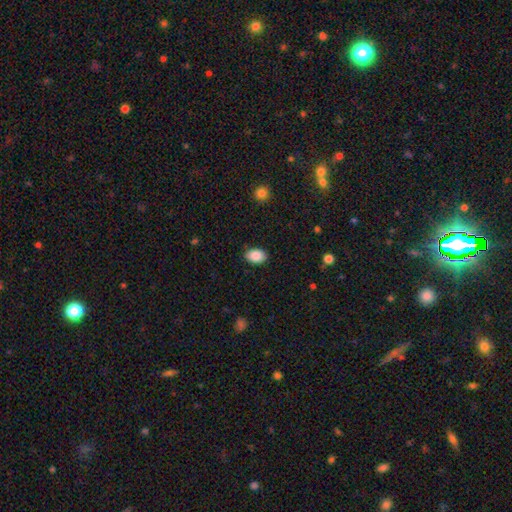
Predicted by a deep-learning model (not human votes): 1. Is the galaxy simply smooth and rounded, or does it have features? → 89% smooth, 7% star or artifact, 4% featured or disk.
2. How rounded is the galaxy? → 85% in between, 14% round, 1% cigar-shaped.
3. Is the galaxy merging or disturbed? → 87% none, 10% minor disturbance, 2% major disturbance, 1% merger.